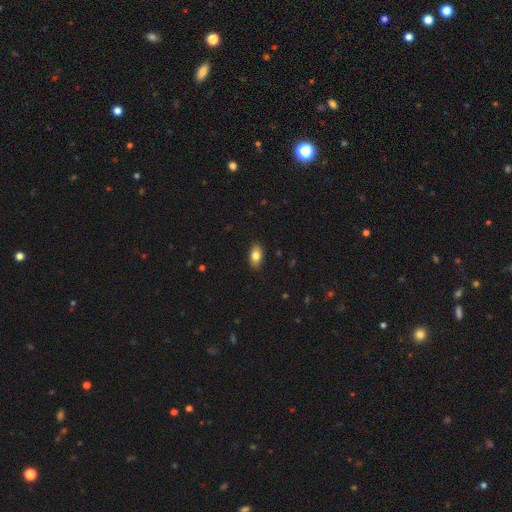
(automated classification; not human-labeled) The model was most divided on "smooth or featured": smooth: 84%, featured or disk: 9%, star or artifact: 8%. More confident: how rounded — in between (90%); merging — none (88%).